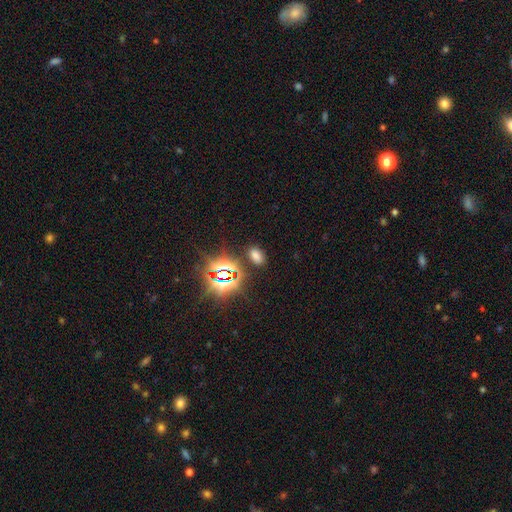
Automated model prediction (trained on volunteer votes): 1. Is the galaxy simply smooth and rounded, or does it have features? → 61% smooth, 33% star or artifact, 6% featured or disk.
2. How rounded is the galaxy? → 89% in between, 9% round, 2% cigar-shaped.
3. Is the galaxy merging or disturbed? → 84% none, 9% minor disturbance, 4% merger, 3% major disturbance.